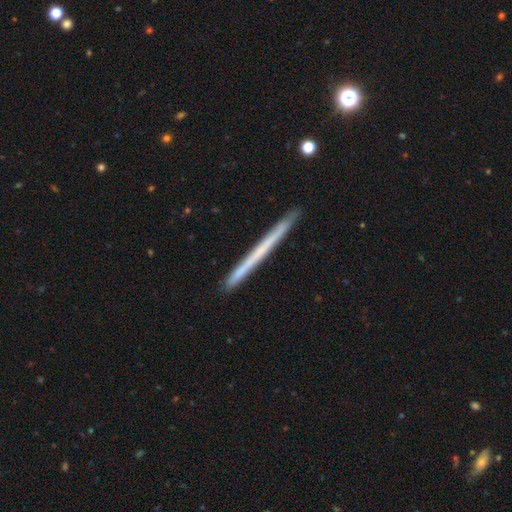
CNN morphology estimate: Smooth or featured: featured or disk — 47% (tied with smooth — 47%)
Merging: none — 91% (minor disturbance — 6%)